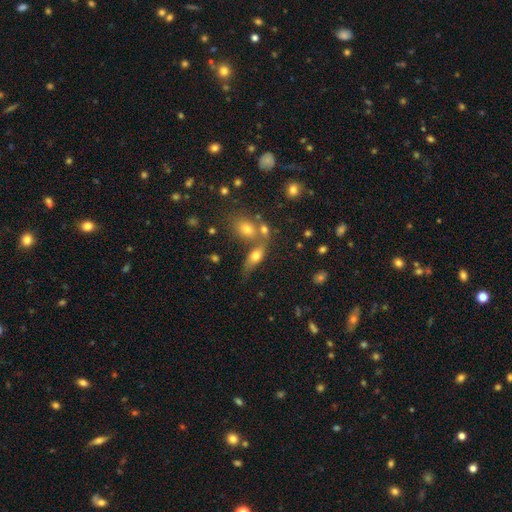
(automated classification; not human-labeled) Smooth or featured? Predicted: smooth (p=0.65). How rounded? Predicted: in between (p=0.73). Merging? Predicted: none (p=0.43).